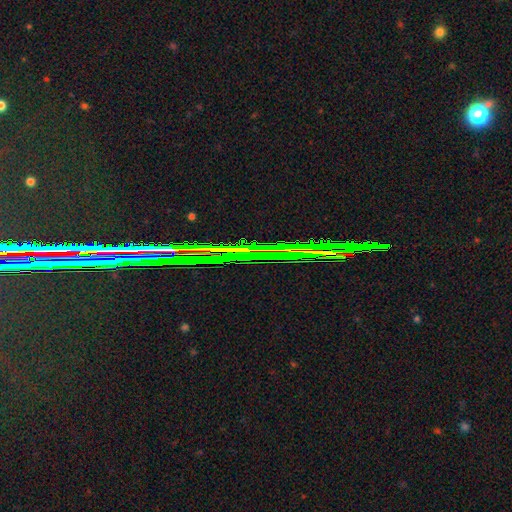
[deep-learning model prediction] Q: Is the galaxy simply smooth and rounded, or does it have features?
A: star or artifact — 74%.